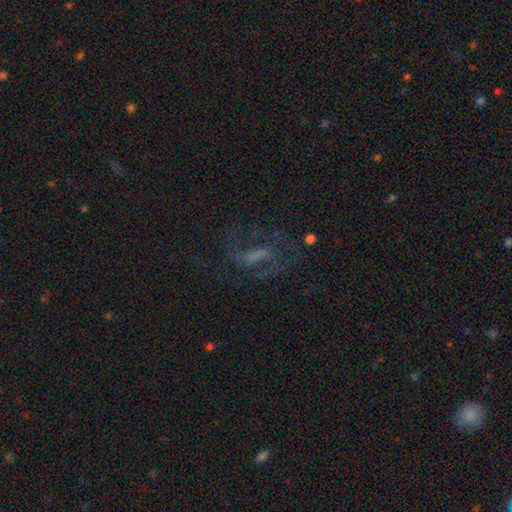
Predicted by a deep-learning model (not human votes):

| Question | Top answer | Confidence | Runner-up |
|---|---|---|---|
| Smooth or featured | featured or disk | 67% | star or artifact (17%) |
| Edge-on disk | no | 93% | yes (7%) |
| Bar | strong | 42% | weak (38%) |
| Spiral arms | yes | 78% | no (22%) |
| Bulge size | none | 44% | small (29%) |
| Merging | none | 55% | major disturbance (27%) |